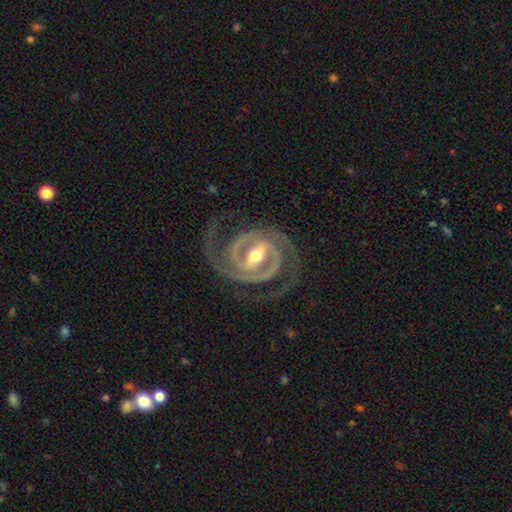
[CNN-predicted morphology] Smooth or featured? featured or disk (94%)
Edge-on disk? no (98%)
Bar? strong (66%)
Spiral arms? yes (98%)
Spiral winding? tight (55%)
Spiral arm count? 2 (88%)
Bulge size? moderate (74%)
Merging? none (77%)